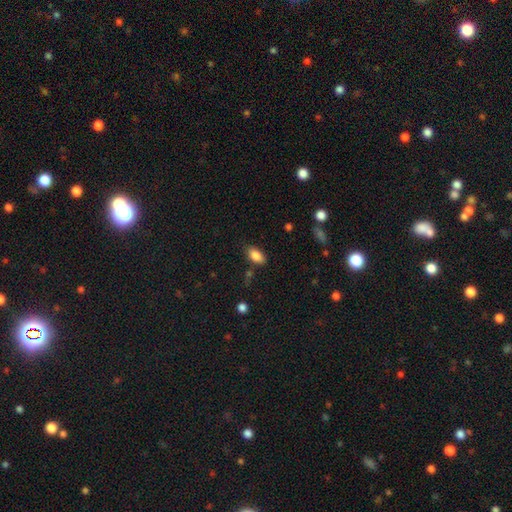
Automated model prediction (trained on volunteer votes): Smooth or featured: smooth — 85% (star or artifact — 8%)
How rounded: in between — 91% (round — 5%)
Merging: none — 81% (minor disturbance — 13%)